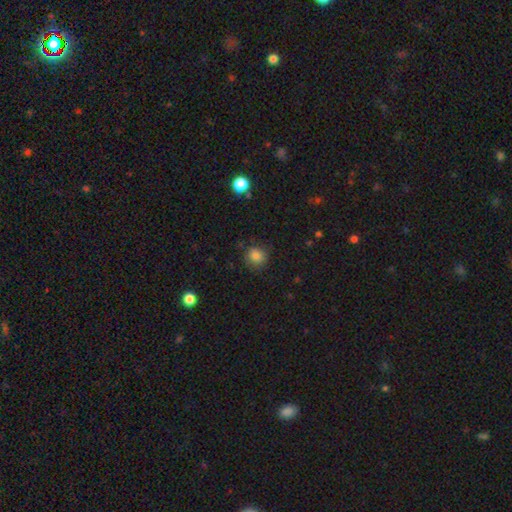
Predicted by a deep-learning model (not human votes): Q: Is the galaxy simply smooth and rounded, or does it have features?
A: smooth — 83%.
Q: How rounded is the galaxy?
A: round — 85%.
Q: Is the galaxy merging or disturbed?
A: none — 82%.